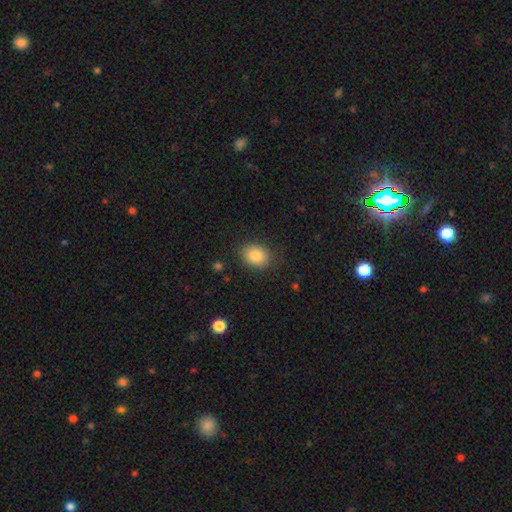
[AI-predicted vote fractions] Smooth or featured? smooth (85%)
How rounded? in between (54%)
Merging? none (85%)